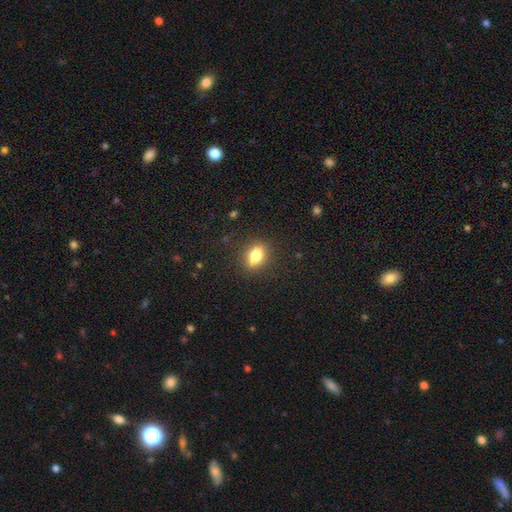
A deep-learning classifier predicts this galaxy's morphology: type=smooth (78%); roundness=in between (75%); merging=none (87%).